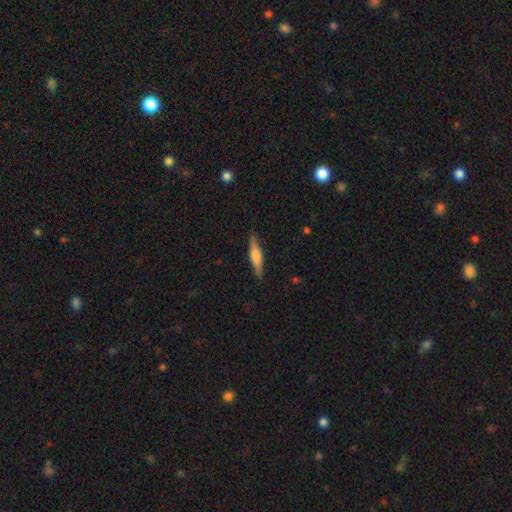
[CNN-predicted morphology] smooth_or_featured: smooth (p=0.54) [alt: featured or disk p=0.40]
how_rounded: cigar-shaped (p=0.81) [alt: in between p=0.17]
merging: none (p=0.88) [alt: minor disturbance p=0.09]